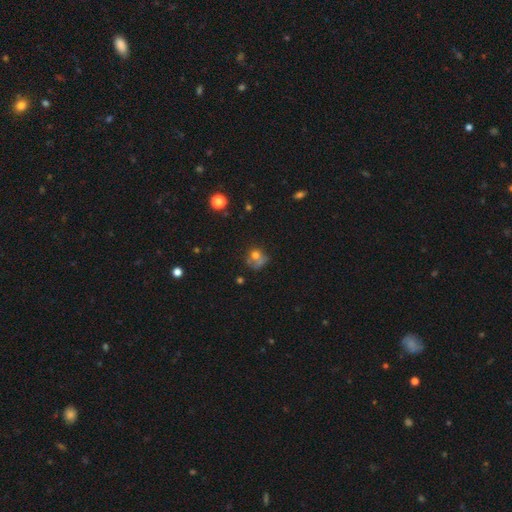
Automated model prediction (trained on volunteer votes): Smooth or featured?
  - smooth: 64% *
  - featured or disk: 20%
  - star or artifact: 16%
How rounded?
  - round: 71% *
  - in between: 28%
  - cigar-shaped: 1%
Merging?
  - none: 38% *
  - merger: 21%
  - major disturbance: 21%
  - minor disturbance: 21%